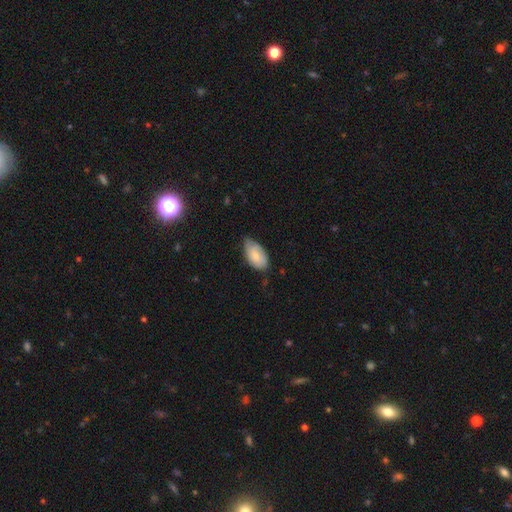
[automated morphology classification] Smooth or featured? Predicted: smooth (p=0.76). How rounded? Predicted: in between (p=0.95). Merging? Predicted: none (p=0.54).